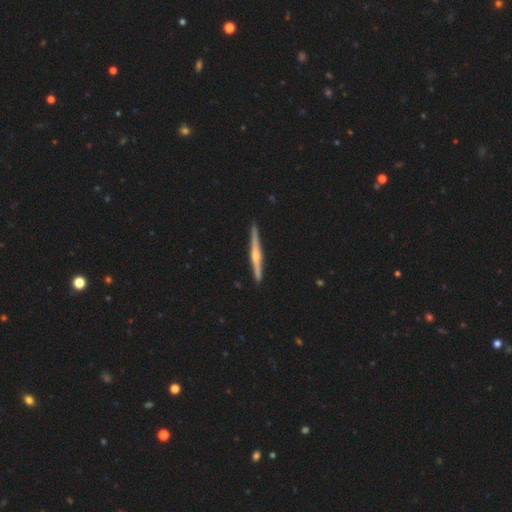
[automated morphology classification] A featured or disk galaxy (77%) viewed edge-on (97%) with a rounded central bulge (81%).

Vote fractions:
- Smooth or featured? featured or disk: 77% / smooth: 17% / star or artifact: 6%
- Edge-on disk? yes: 97% / no: 3%
- Edge-on bulge? rounded: 81% / none: 13% / boxy: 6%
- Merging? none: 89% / minor disturbance: 8% / major disturbance: 1% / merger: 1%